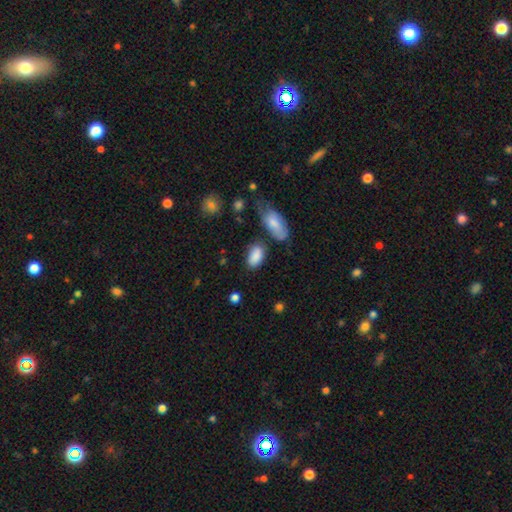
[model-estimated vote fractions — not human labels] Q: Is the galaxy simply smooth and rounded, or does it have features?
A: smooth — 86%.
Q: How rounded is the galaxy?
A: in between — 93%.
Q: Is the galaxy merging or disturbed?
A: none — 68%.